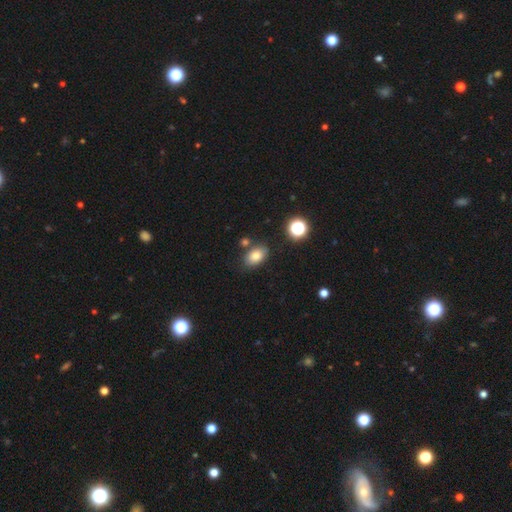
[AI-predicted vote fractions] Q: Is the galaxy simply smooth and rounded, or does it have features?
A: smooth — 80%.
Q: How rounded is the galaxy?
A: in between — 85%.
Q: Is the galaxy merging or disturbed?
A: none — 77%.